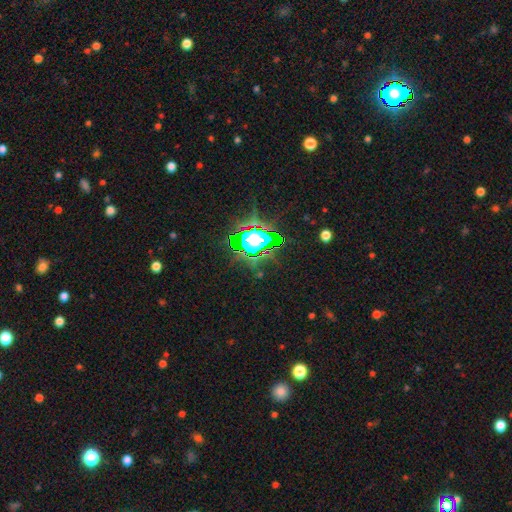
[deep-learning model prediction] Smooth or featured? Predicted: star or artifact (p=0.83).